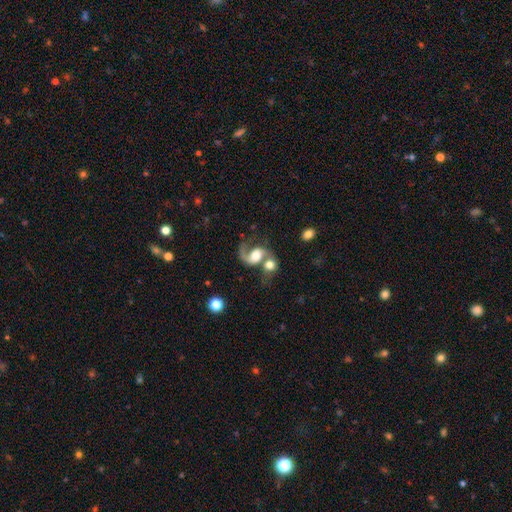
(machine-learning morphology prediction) A featured or disk galaxy (73%) with no bar (54%), 2 (67%) loose (54%) spiral arms (92%) and a large central bulge (42%). Merging: merger (55%).